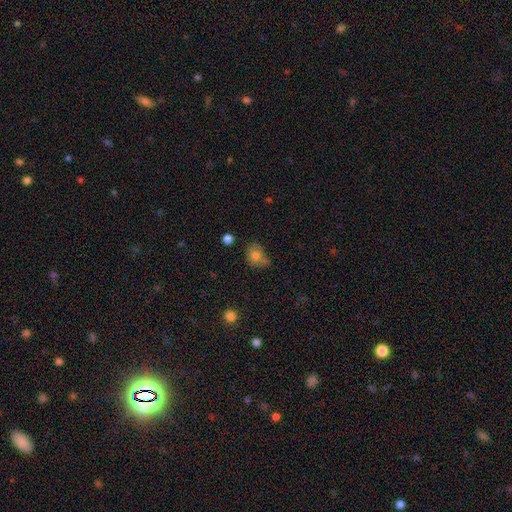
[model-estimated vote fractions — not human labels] Smooth or featured: smooth — 75% (featured or disk — 14%)
How rounded: in between — 53% (round — 46%)
Merging: none — 50% (minor disturbance — 33%)